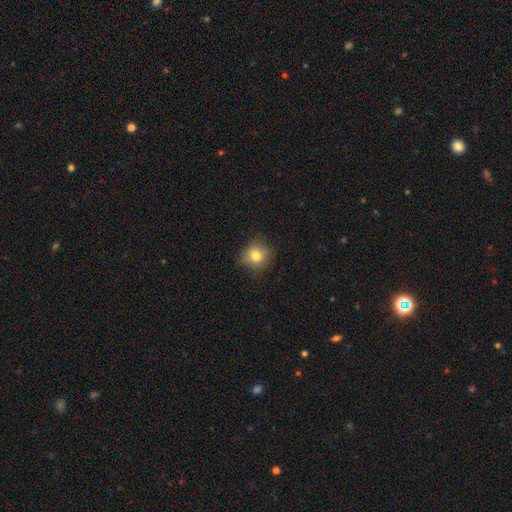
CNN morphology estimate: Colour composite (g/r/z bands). It shows a smooth galaxy with no disk features (78%) that is round (84%). Merging: none (80%).